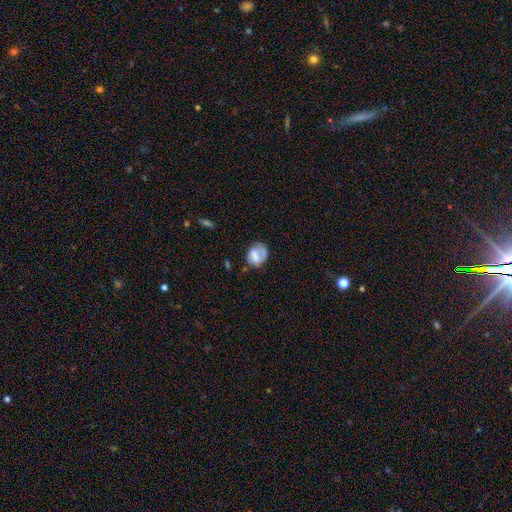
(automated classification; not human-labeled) Smooth or featured?
  - smooth: 60% *
  - featured or disk: 33%
  - star or artifact: 8%
How rounded?
  - round: 54% *
  - in between: 45%
  - cigar-shaped: 1%
Merging?
  - none: 50% *
  - minor disturbance: 27%
  - major disturbance: 18%
  - merger: 5%